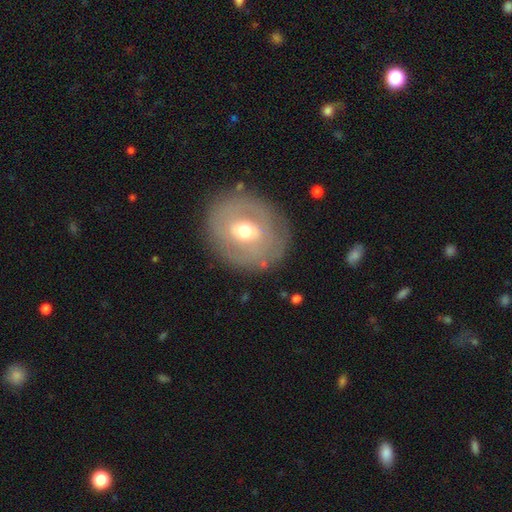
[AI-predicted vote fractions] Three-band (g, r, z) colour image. It shows a featured or disk galaxy (57%) with a weak bar (43%), no spiral arms (64%) and a moderate central bulge (67%). Merging: none (81%).